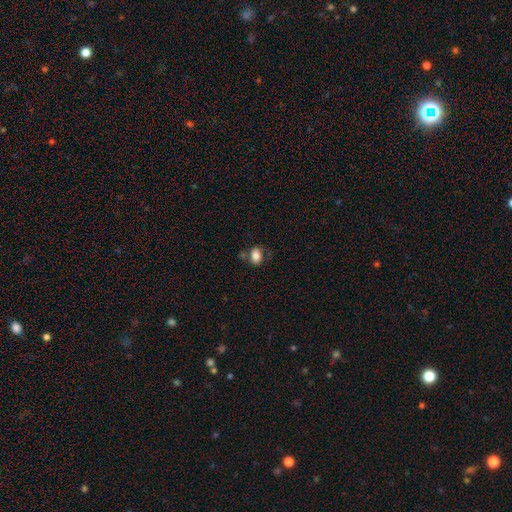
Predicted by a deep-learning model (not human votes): Smooth or featured? Predicted: smooth (p=0.83). How rounded? Predicted: in between (p=0.72). Merging? Predicted: none (p=0.63).